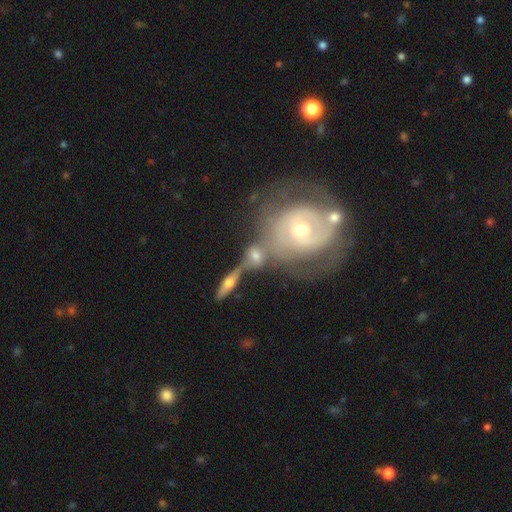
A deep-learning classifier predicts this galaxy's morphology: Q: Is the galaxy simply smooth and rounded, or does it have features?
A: featured or disk — 51%.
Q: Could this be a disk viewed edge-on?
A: no — 79%.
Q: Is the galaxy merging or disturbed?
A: merger — 53%.